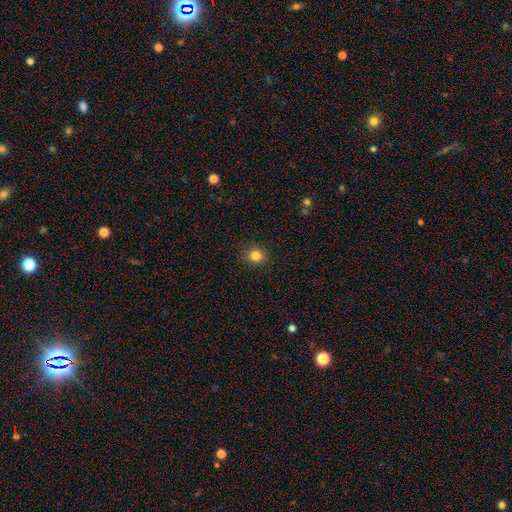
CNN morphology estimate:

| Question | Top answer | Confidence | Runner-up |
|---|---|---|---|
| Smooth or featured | smooth | 83% | star or artifact (12%) |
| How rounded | round | 84% | in between (15%) |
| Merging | none | 91% | minor disturbance (6%) |